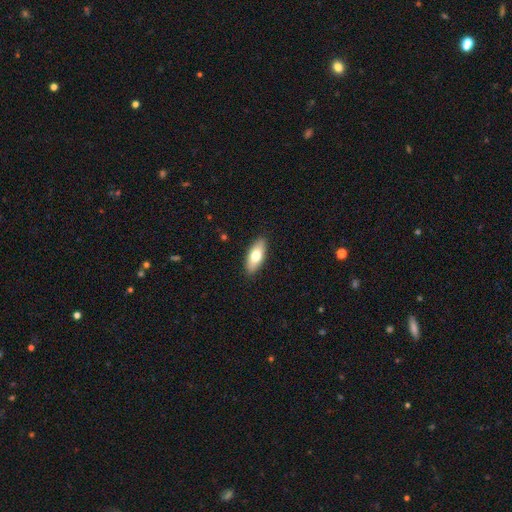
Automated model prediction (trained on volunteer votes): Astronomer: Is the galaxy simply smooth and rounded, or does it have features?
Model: smooth — 72%.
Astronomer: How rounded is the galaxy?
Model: in between — 81%.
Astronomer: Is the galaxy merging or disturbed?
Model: none — 90%.